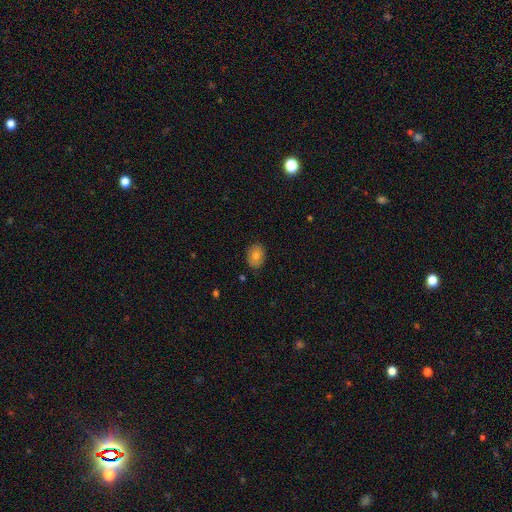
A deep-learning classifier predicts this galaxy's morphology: A smooth galaxy with no disk features (76%) that is in between round and cigar-shaped (66%).

Vote fractions:
- Smooth or featured? smooth: 76% / featured or disk: 15% / star or artifact: 9%
- How rounded? in between: 66% / round: 33% / cigar-shaped: 1%
- Merging? none: 87% / minor disturbance: 10% / major disturbance: 2% / merger: 1%